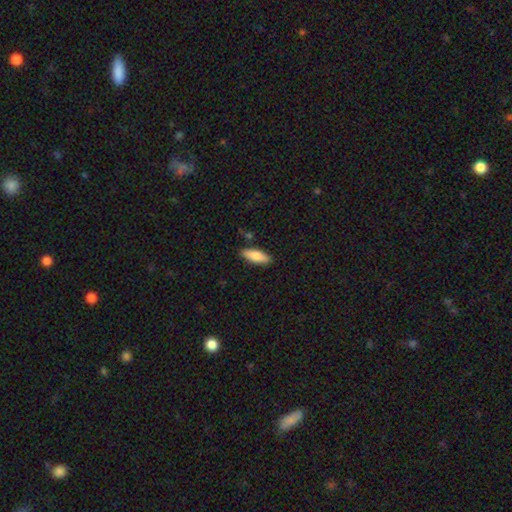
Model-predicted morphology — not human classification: This appears to be a smooth galaxy with no disk features (77%) that is in between round and cigar-shaped (57%). Merging: none (86%).